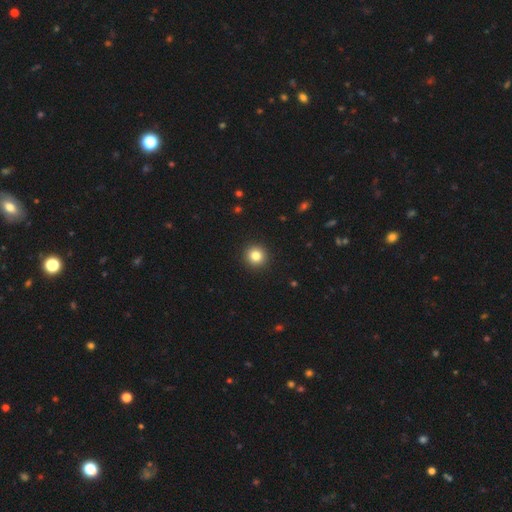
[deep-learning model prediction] Morphology: type=smooth (83%); roundness=round (94%); merging=none (93%).